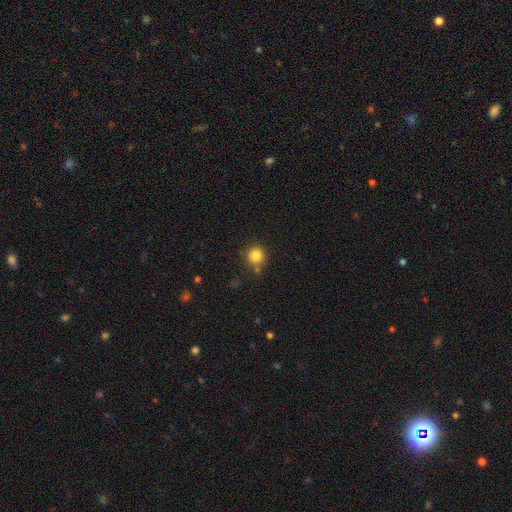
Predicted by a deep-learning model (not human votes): A smooth galaxy with no disk features (85%) that is round (93%). Merging: none (77%).